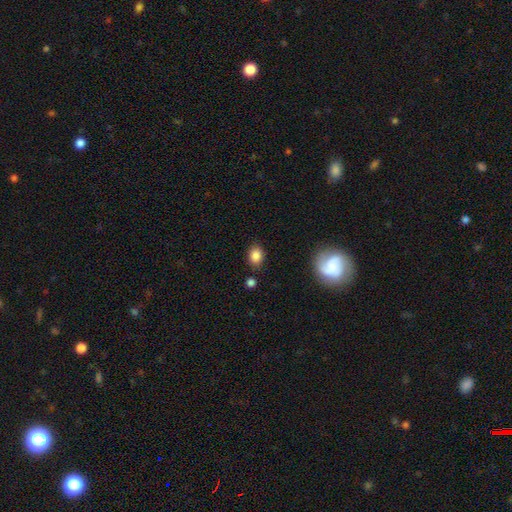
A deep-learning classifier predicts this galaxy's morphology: The model was most divided on "how rounded": in between: 59%, round: 39%, cigar-shaped: 1%. More confident: smooth or featured — smooth (85%); merging — none (80%).